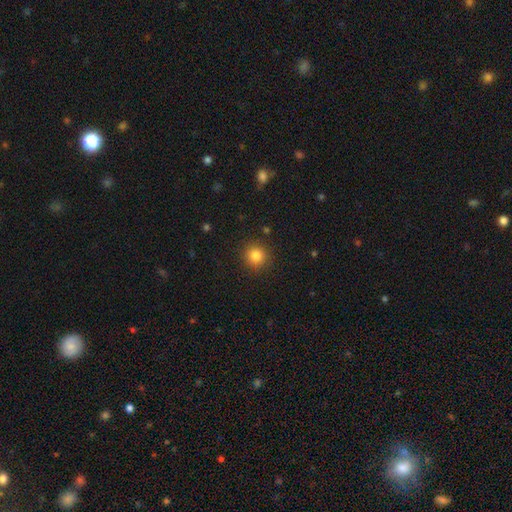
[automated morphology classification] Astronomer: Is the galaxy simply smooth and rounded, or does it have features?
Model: smooth — 84%.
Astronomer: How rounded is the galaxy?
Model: round — 93%.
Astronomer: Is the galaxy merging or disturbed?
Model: none — 90%.